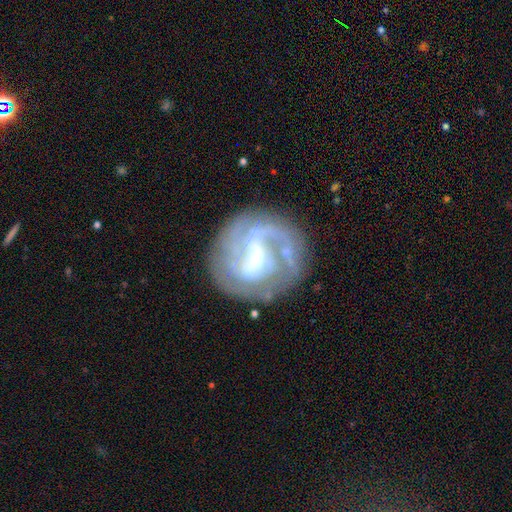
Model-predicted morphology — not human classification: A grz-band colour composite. It shows a featured or disk galaxy (82%) with a strong bar (45%), 2 (38%) tight (45%) spiral arms (88%) and a small central bulge (51%). Merging: none (68%).